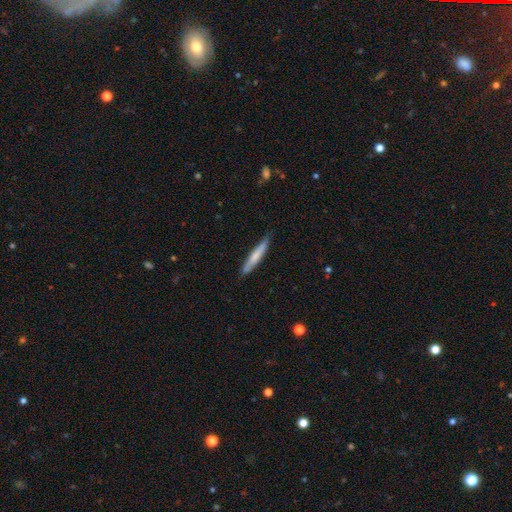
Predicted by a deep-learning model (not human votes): Smooth or featured: smooth — 66% (featured or disk — 29%)
How rounded: cigar-shaped — 94% (in between — 5%)
Merging: none — 82% (minor disturbance — 14%)